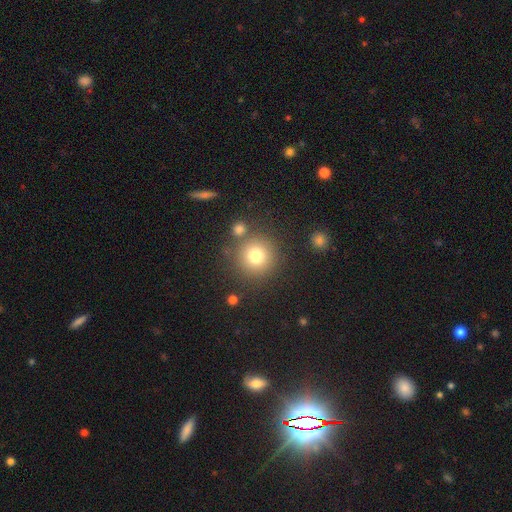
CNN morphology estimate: A smooth galaxy with no disk features (77%) that is round (94%). Merging: none (80%).